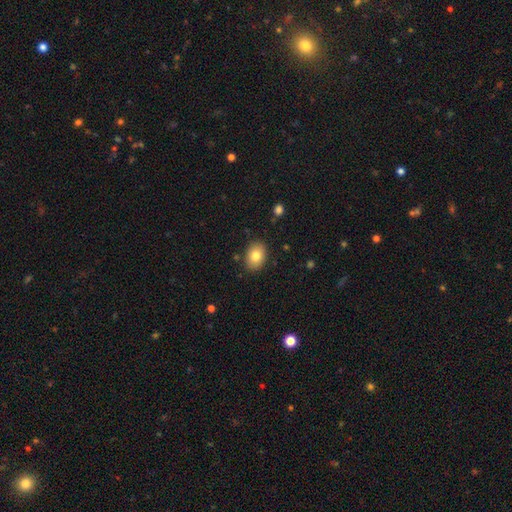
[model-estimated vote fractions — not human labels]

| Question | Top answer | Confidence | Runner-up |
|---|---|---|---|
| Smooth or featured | smooth | 80% | featured or disk (11%) |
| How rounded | in between | 74% | round (25%) |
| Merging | none | 86% | minor disturbance (10%) |